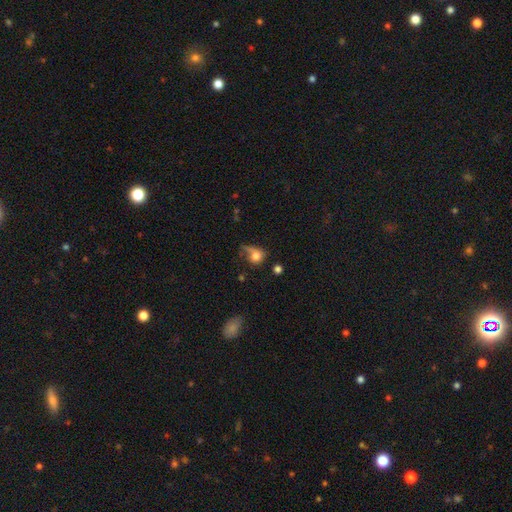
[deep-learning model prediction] smooth 69%, featured or disk 20%, star or artifact 11%. Down the decision tree: how rounded — round (68%); merging — major disturbance (36%).